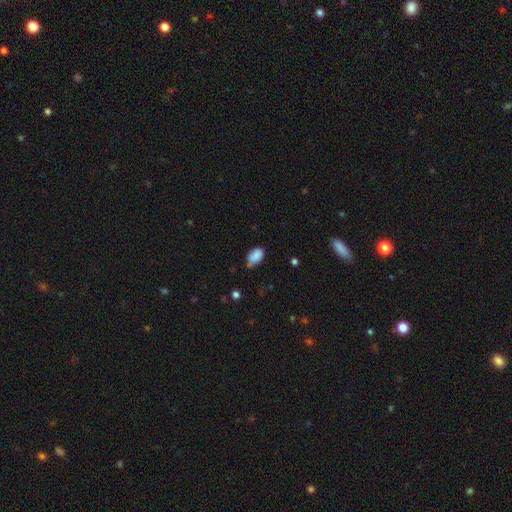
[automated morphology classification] A smooth galaxy with no disk features (85%) that is in between round and cigar-shaped (91%).

Vote fractions:
- Smooth or featured? smooth: 85% / star or artifact: 8% / featured or disk: 6%
- How rounded? in between: 91% / round: 8% / cigar-shaped: 2%
- Merging? none: 45% / minor disturbance: 43% / major disturbance: 9% / merger: 3%